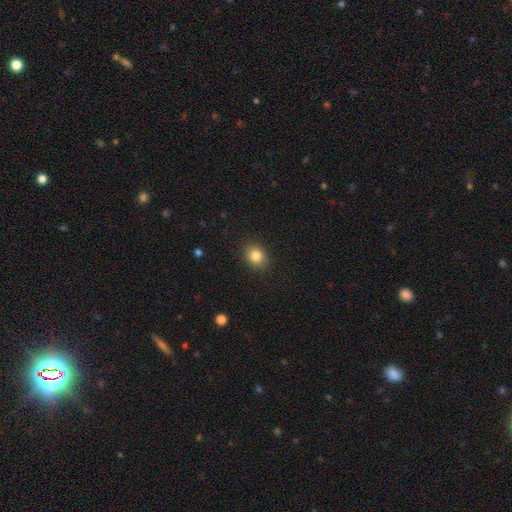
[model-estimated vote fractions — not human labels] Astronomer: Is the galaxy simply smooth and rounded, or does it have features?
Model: smooth — 84%.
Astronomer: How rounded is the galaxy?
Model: round — 60% (runner-up: in between, 39%).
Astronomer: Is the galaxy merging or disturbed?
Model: none — 89%.